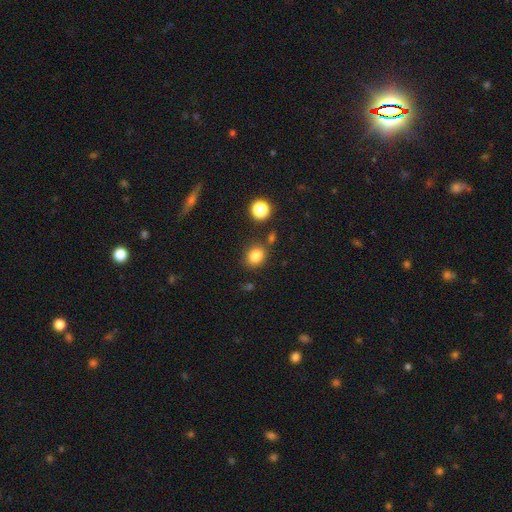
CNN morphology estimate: Smooth or featured? smooth (83%)
How rounded? round (56%)
Merging? none (75%)